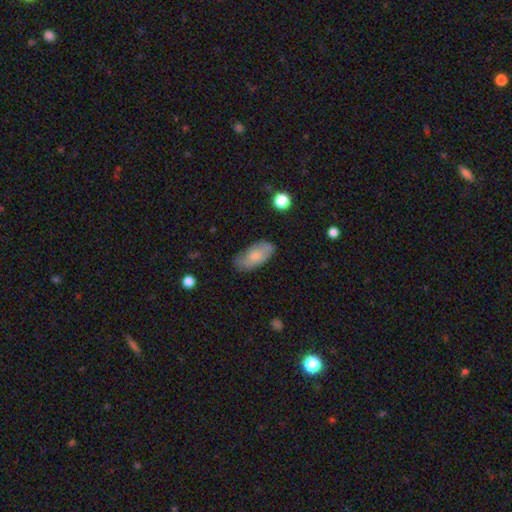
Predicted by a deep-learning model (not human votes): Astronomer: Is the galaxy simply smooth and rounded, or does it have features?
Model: smooth — 71%.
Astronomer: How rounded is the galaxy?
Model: in between — 92%.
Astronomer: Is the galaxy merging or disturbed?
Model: none — 65%.